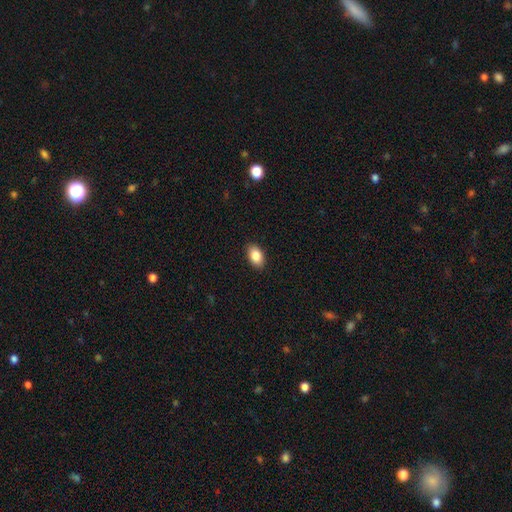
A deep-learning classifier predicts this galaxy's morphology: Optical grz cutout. It shows a smooth galaxy with no disk features (86%) that is in between round and cigar-shaped (91%). Merging: none (89%).